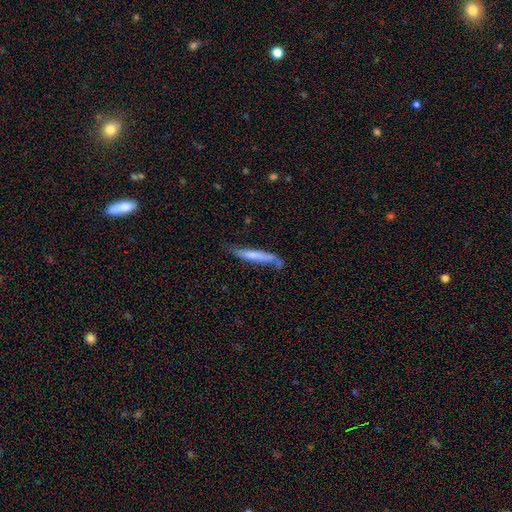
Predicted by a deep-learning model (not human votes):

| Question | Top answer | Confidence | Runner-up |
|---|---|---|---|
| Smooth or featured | smooth | 59% | featured or disk (36%) |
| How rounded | cigar-shaped | 94% | in between (5%) |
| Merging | none | 58% | minor disturbance (25%) |